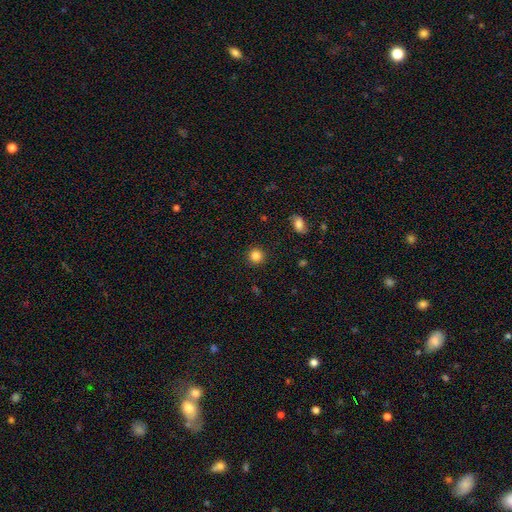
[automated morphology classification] smooth 85%, star or artifact 11%, featured or disk 4%. Down the decision tree: how rounded — round (93%); merging — none (92%).